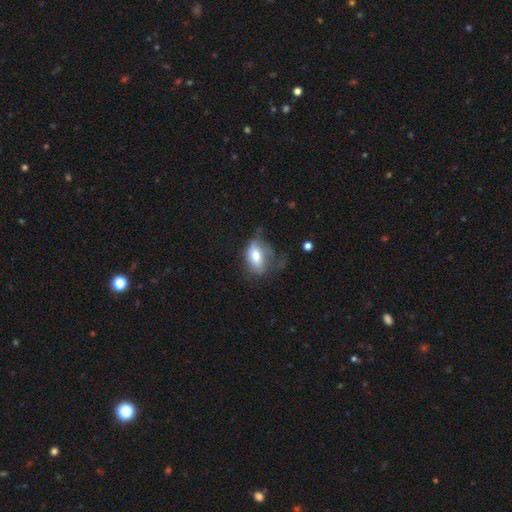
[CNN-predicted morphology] Overall: smooth (66%; featured or disk 26%). How rounded: in between (87%). Merging: none (33%; major disturbance 32%).